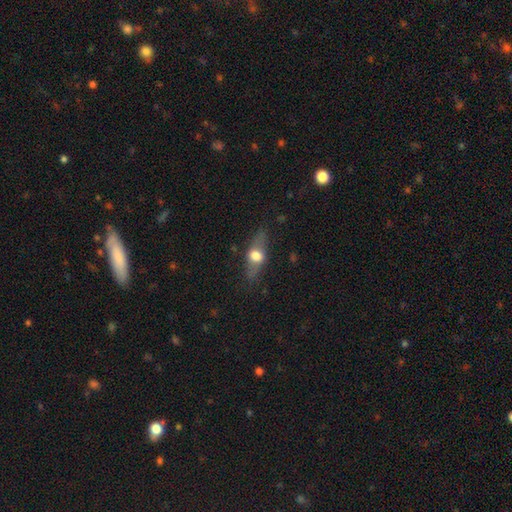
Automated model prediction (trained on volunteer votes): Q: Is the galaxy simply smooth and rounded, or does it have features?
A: smooth — 46%, tied with featured or disk.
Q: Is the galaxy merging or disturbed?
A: none — 76%.